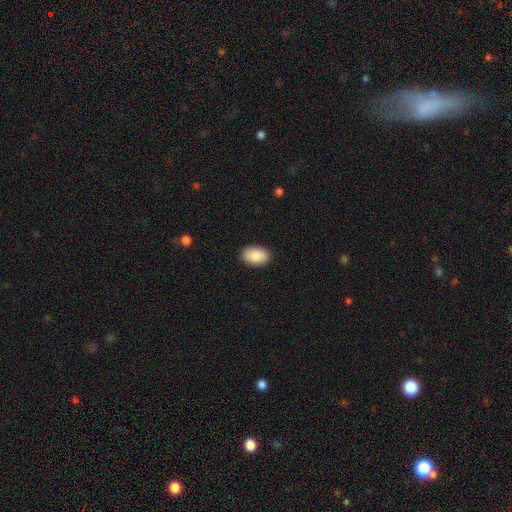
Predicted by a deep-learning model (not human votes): smooth-or-featured: smooth: 87% | featured or disk: 7% | star or artifact: 6%
  how-rounded: in between: 89% | round: 10% | cigar-shaped: 1%
  merging: none: 89% | minor disturbance: 8% | major disturbance: 2% | merger: 1%